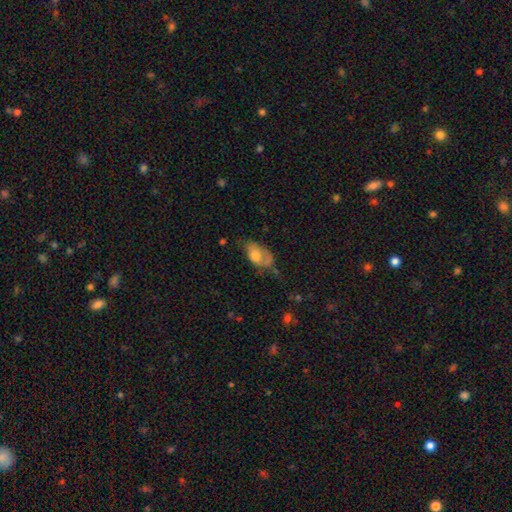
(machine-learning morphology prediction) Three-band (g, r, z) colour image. It shows a smooth galaxy with no disk features (64%) that is in between round and cigar-shaped (91%). Merging: minor disturbance (36%, tied with none).